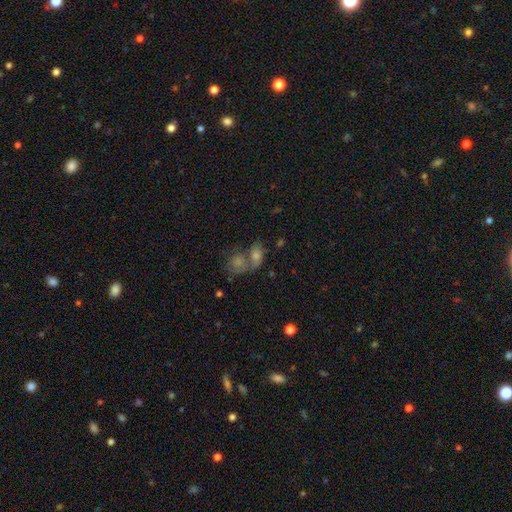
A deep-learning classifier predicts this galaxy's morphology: Smooth or featured: smooth — 54% (featured or disk — 28%)
How rounded: in between — 66% (round — 30%)
Merging: merger — 53% (none — 30%)